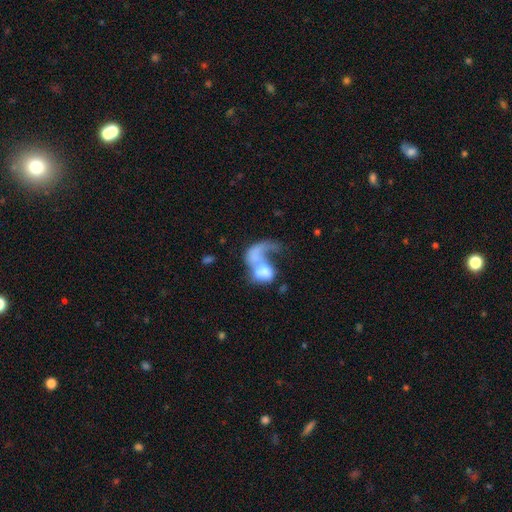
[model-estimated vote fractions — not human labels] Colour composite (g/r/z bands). It shows a smooth galaxy with no disk features (46%). Merging: merger (51%).